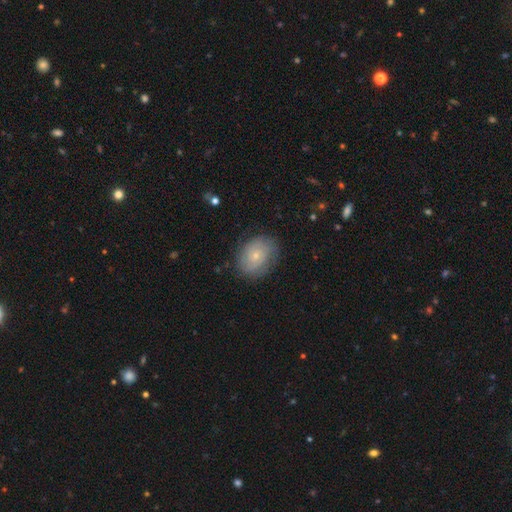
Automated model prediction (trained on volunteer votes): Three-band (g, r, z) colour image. It shows a featured or disk galaxy (49%). Merging: none (77%).